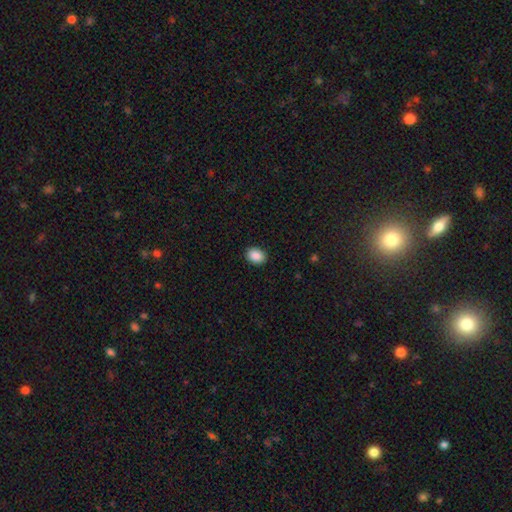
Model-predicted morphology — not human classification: A smooth galaxy with no disk features (89%) that is in between round and cigar-shaped (62%).

Vote fractions:
- Smooth or featured? smooth: 89% / star or artifact: 8% / featured or disk: 3%
- How rounded? in between: 62% / round: 37% / cigar-shaped: 1%
- Merging? none: 91% / minor disturbance: 6% / major disturbance: 2% / merger: 1%